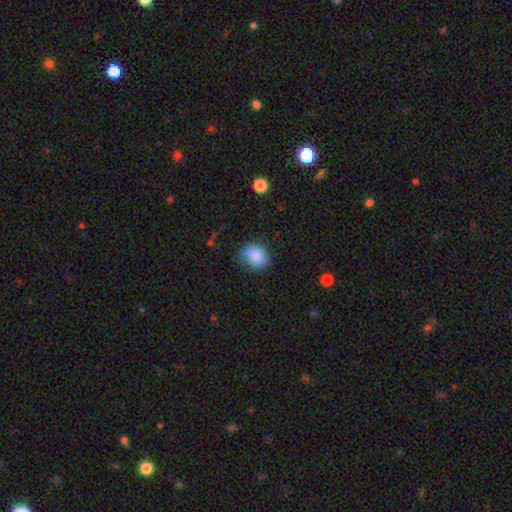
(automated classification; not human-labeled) This appears to be a smooth galaxy with no disk features (83%) that is round (65%). Merging: none (55%).